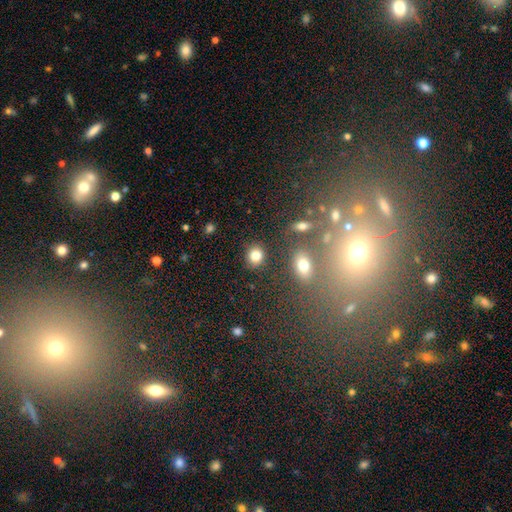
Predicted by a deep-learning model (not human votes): smooth 82%, star or artifact 11%, featured or disk 7%. Down the decision tree: how rounded — round (73%); merging — none (82%).